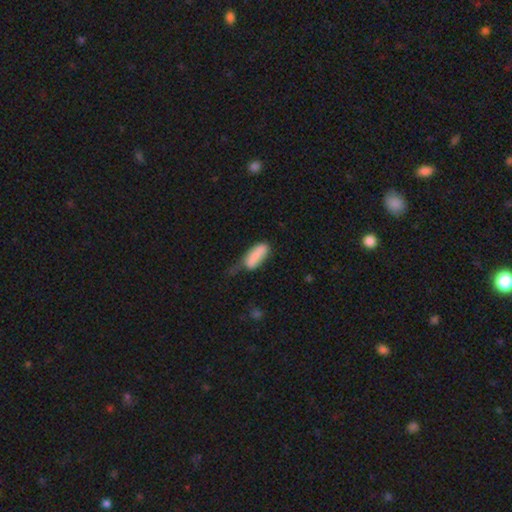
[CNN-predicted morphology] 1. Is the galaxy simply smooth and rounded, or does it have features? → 81% smooth, 11% featured or disk, 7% star or artifact.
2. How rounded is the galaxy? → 70% in between, 28% cigar-shaped, 2% round.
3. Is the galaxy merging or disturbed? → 39% minor disturbance, 29% none, 25% major disturbance, 7% merger.